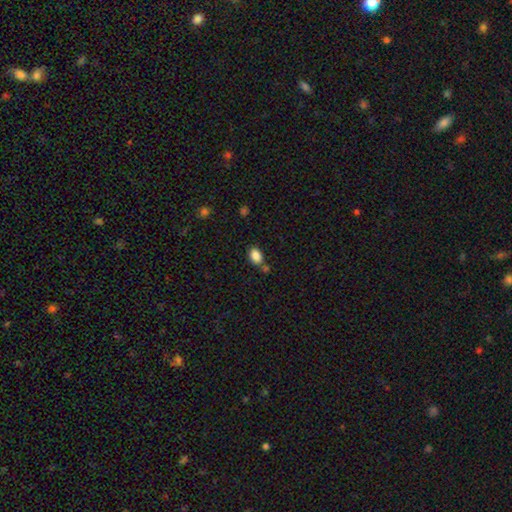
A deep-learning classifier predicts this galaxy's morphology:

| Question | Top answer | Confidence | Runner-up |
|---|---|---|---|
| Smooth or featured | smooth | 86% | star or artifact (9%) |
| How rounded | in between | 83% | round (16%) |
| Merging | none | 69% | merger (14%) |